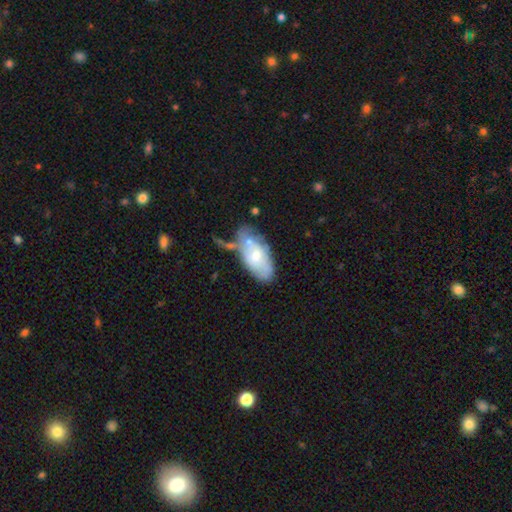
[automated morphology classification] Overall: featured or disk (48%; smooth 46%). Merging: none (39%; minor disturbance 26%).